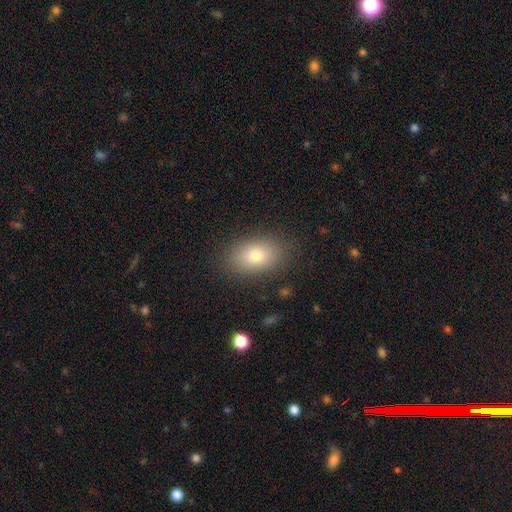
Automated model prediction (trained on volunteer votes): A smooth galaxy with no disk features (77%) that is in between round and cigar-shaped (84%). Merging: none (86%).